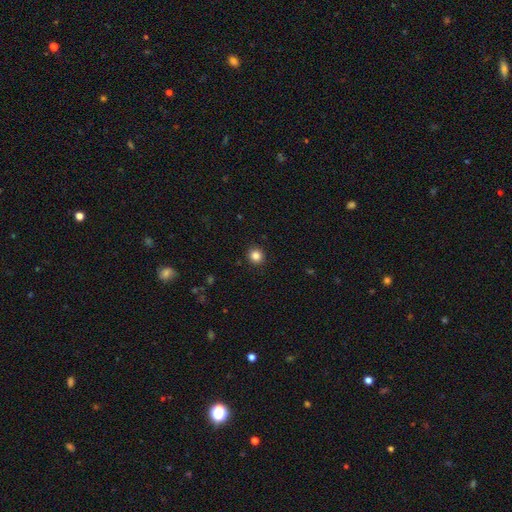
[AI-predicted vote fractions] smooth-or-featured: smooth: 85% | star or artifact: 11% | featured or disk: 4%
  how-rounded: round: 90% | in between: 9% | cigar-shaped: 1%
  merging: none: 92% | minor disturbance: 5% | major disturbance: 2% | merger: 1%